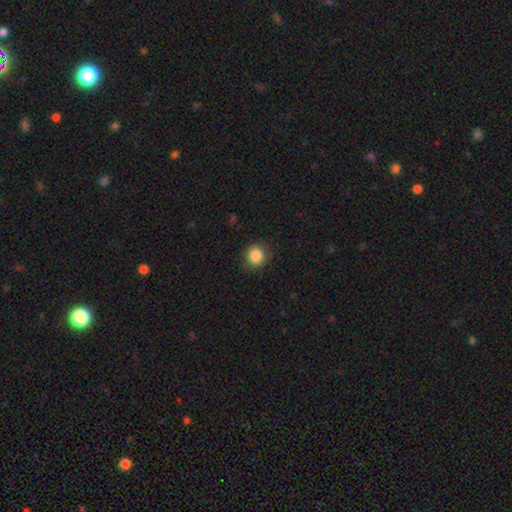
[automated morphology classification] Q: Smooth or featured?
A: smooth (86%); runner-up: star or artifact (10%)
Q: How rounded?
A: round (87%); runner-up: in between (12%)
Q: Merging?
A: none (85%); runner-up: minor disturbance (11%)